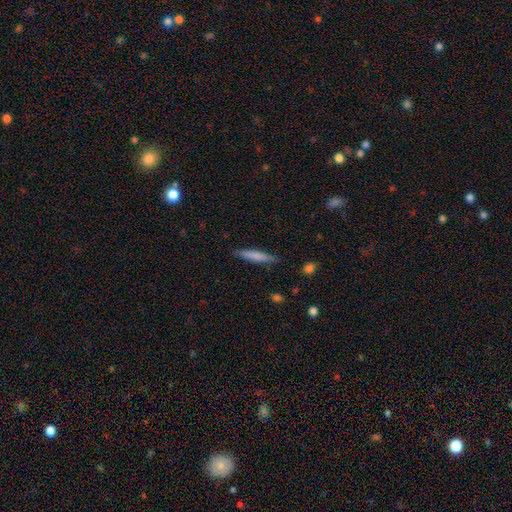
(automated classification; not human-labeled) Morphology: type=smooth (70%); roundness=cigar-shaped (91%); merging=none (85%).